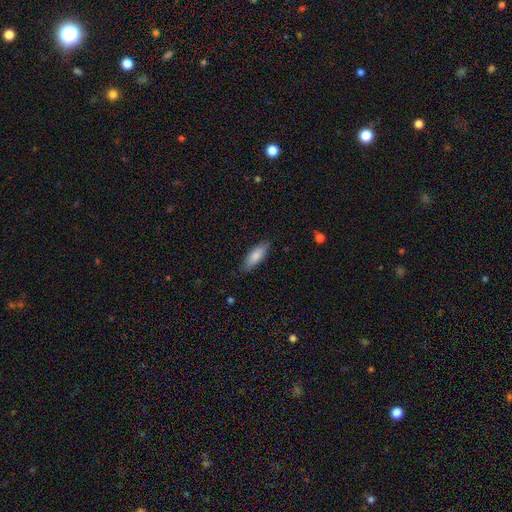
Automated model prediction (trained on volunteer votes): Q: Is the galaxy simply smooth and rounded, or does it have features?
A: smooth — 82%.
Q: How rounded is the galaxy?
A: in between — 62%.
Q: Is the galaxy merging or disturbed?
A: none — 84%.